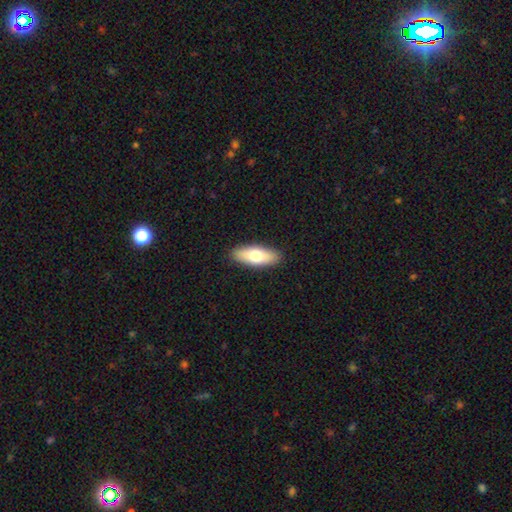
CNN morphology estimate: Smooth or featured?
  - smooth: 68% *
  - featured or disk: 26%
  - star or artifact: 6%
How rounded?
  - in between: 71% *
  - cigar-shaped: 26%
  - round: 3%
Merging?
  - none: 90% *
  - minor disturbance: 8%
  - major disturbance: 2%
  - merger: 1%